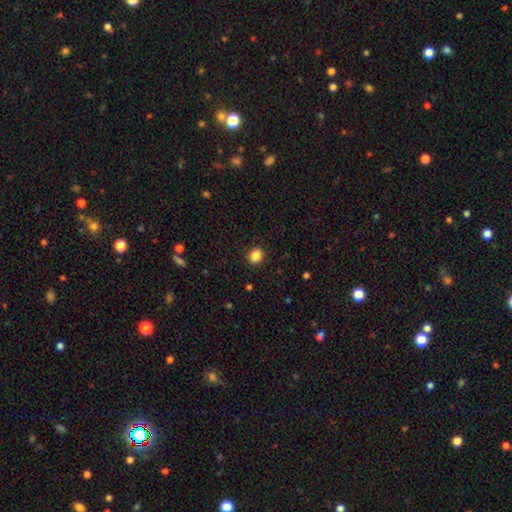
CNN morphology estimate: Smooth or featured: smooth — 86% (star or artifact — 10%)
How rounded: round — 65% (in between — 34%)
Merging: none — 91% (minor disturbance — 6%)